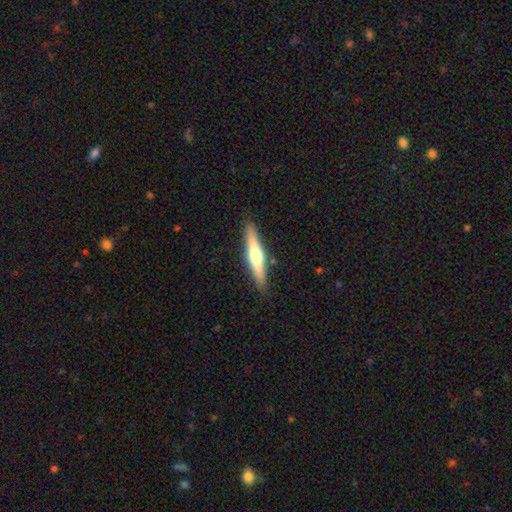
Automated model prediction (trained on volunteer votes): Smooth or featured?
  - featured or disk: 56% *
  - smooth: 38%
  - star or artifact: 5%
Edge-on disk?
  - yes: 95% *
  - no: 5%
Edge-on bulge?
  - rounded: 90% *
  - none: 6%
  - boxy: 4%
Merging?
  - none: 88% *
  - minor disturbance: 8%
  - major disturbance: 2%
  - merger: 2%